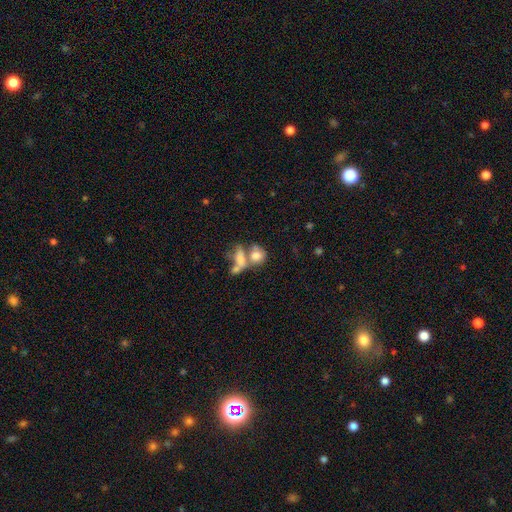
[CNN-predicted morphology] This appears to be a smooth galaxy with no disk features (69%) that is in between round and cigar-shaped (58%). Merging: merger (61%).